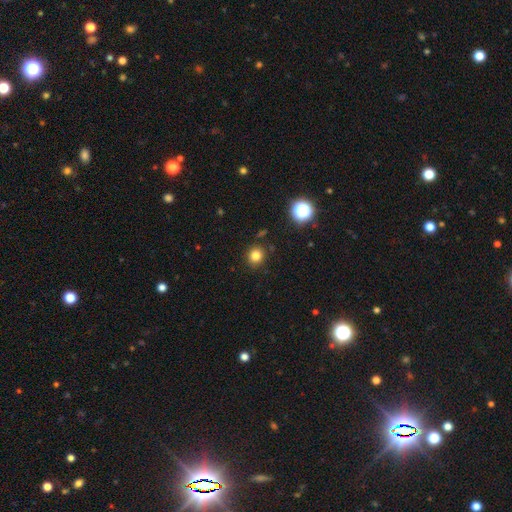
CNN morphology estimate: smooth-or-featured: smooth: 81% | star or artifact: 14% | featured or disk: 5%
  how-rounded: round: 89% | in between: 10% | cigar-shaped: 1%
  merging: none: 90% | minor disturbance: 7% | major disturbance: 2% | merger: 2%